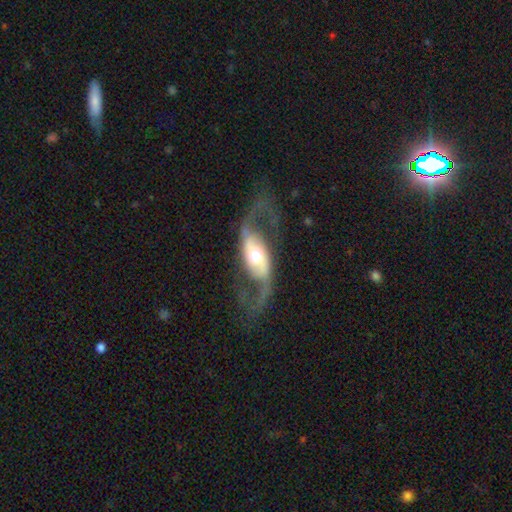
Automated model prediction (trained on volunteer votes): Smooth or featured?
  - featured or disk: 85% *
  - smooth: 11%
  - star or artifact: 4%
Edge-on disk?
  - no: 92% *
  - yes: 8%
Bar?
  - no: 42% *
  - weak: 30%
  - strong: 28%
Spiral arms?
  - yes: 88% *
  - no: 12%
Spiral winding?
  - loose: 66% *
  - medium: 27%
  - tight: 7%
Spiral arm count?
  - 2: 93% *
  - can't tell: 3%
  - 1: 2%
  - 3: 1%
  - 4: 1%
  - more than 4: 1%
Bulge size?
  - moderate: 65% *
  - large: 16%
  - small: 16%
  - dominant: 3%
  - none: 1%
Merging?
  - none: 66% *
  - major disturbance: 19%
  - minor disturbance: 12%
  - merger: 2%